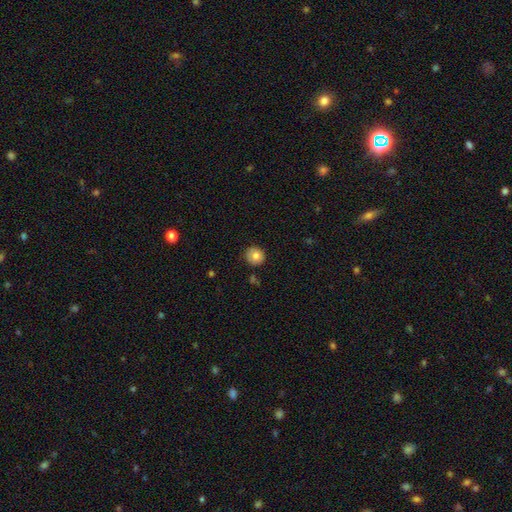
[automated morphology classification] This is likely a smooth galaxy (77%). How rounded: clearly round (92%). Merging: clearly none (84%).